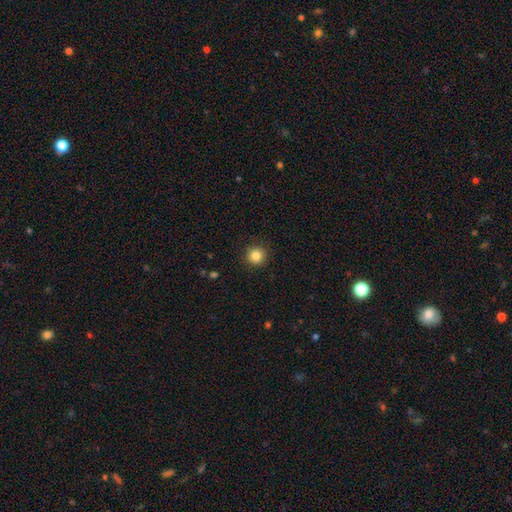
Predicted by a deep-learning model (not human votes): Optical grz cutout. It shows a smooth galaxy with no disk features (84%) that is round (94%). Merging: none (91%).